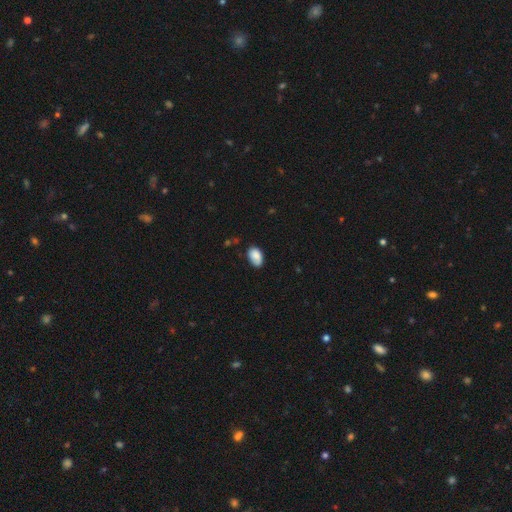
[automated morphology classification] This is clearly a smooth galaxy (86%). How rounded: clearly in between (91%). Merging: likely none (71%).